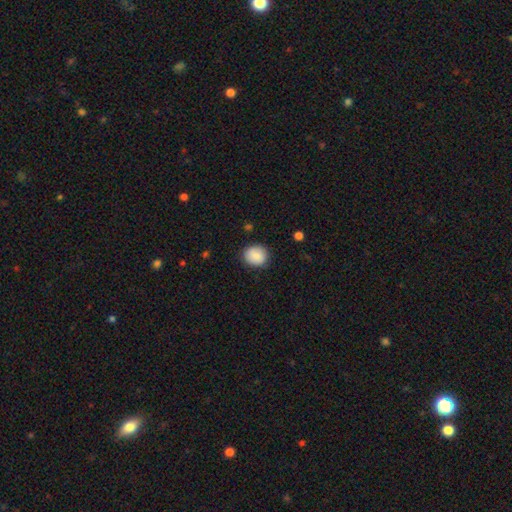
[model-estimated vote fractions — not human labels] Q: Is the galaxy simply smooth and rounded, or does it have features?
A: smooth — 85%.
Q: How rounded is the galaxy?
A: round — 75%.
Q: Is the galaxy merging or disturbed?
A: none — 85%.